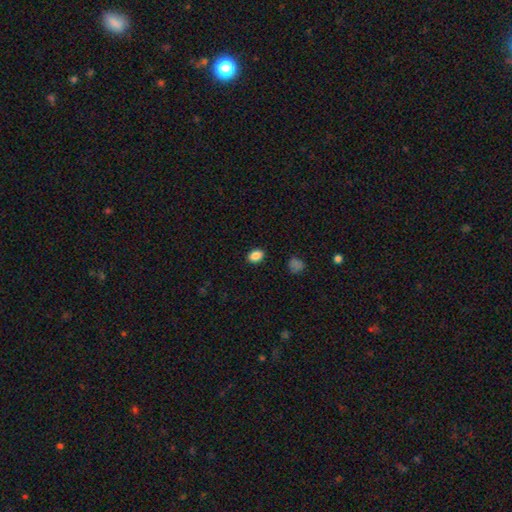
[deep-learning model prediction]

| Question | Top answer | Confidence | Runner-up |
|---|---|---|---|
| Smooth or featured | smooth | 87% | star or artifact (10%) |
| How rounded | in between | 79% | round (19%) |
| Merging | none | 89% | minor disturbance (8%) |